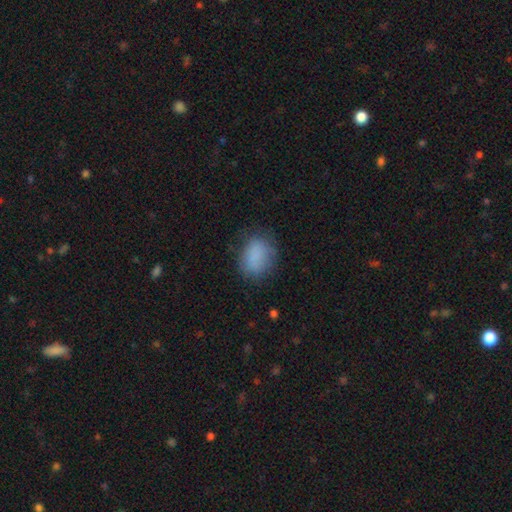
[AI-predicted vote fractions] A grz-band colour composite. It shows a smooth galaxy with no disk features (83%) that is in between round and cigar-shaped (65%). Merging: none (69%).